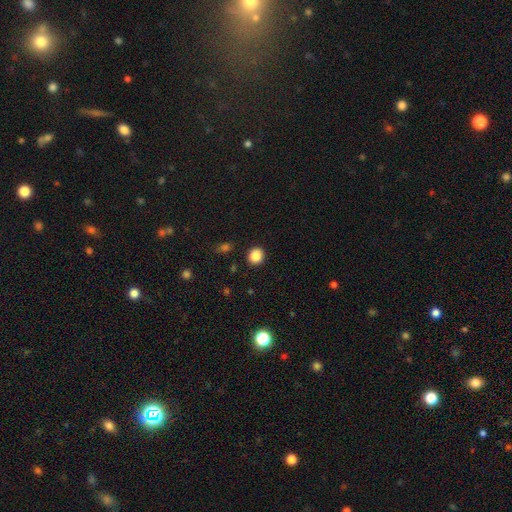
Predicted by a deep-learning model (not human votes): Smooth or featured: smooth — 87% (star or artifact — 10%)
How rounded: round — 81% (in between — 19%)
Merging: none — 91% (minor disturbance — 6%)